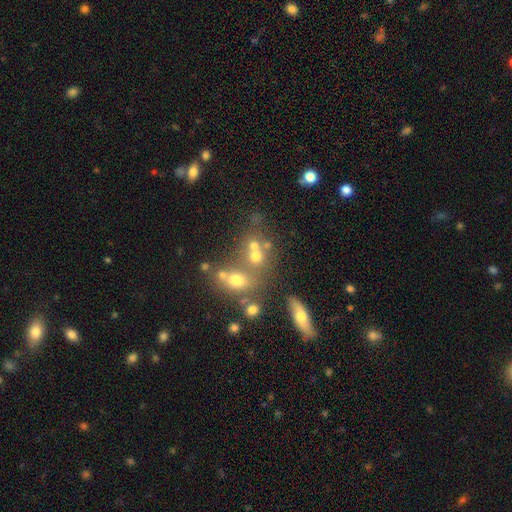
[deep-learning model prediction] This is likely a smooth galaxy (63%). How rounded: likely round (70%). Merging: marginally none (43%).